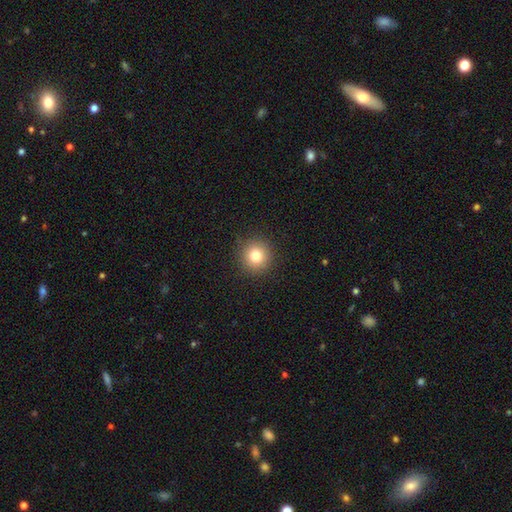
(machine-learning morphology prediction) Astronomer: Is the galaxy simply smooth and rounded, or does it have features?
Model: smooth — 80%.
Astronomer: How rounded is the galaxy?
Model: round — 94%.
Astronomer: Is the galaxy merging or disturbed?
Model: none — 91%.